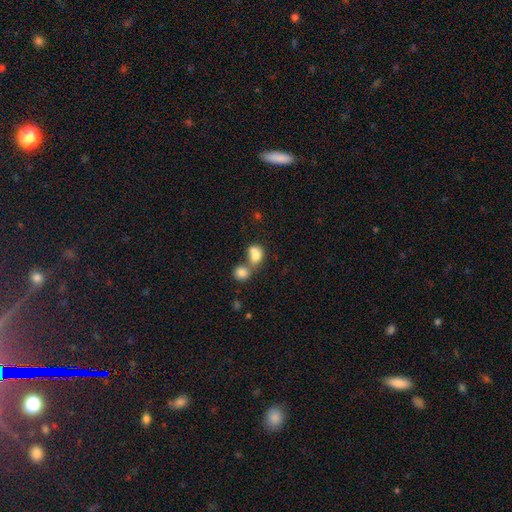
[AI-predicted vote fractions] Smooth or featured? smooth (78%)
How rounded? in between (56%)
Merging? merger (65%)